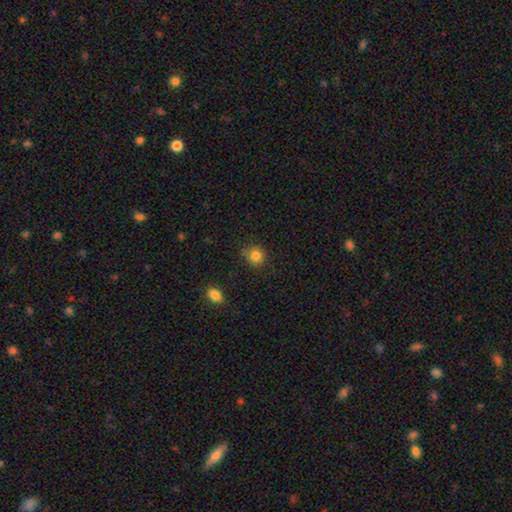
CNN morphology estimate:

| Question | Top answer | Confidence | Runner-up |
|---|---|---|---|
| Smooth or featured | smooth | 83% | star or artifact (11%) |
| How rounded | round | 83% | in between (16%) |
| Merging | none | 70% | minor disturbance (21%) |